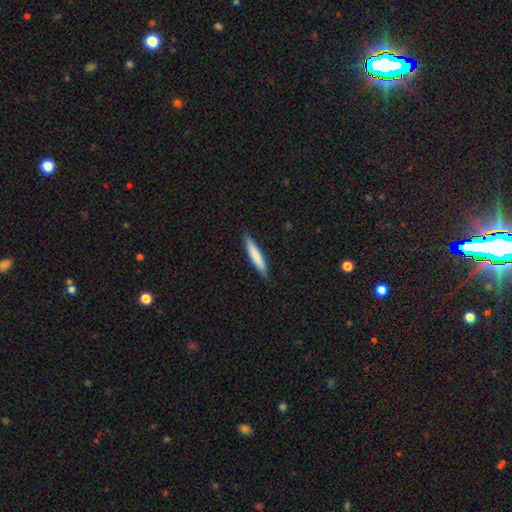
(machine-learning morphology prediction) A smooth galaxy with no disk features (75%) that is cigar-shaped (90%). Merging: none (86%).